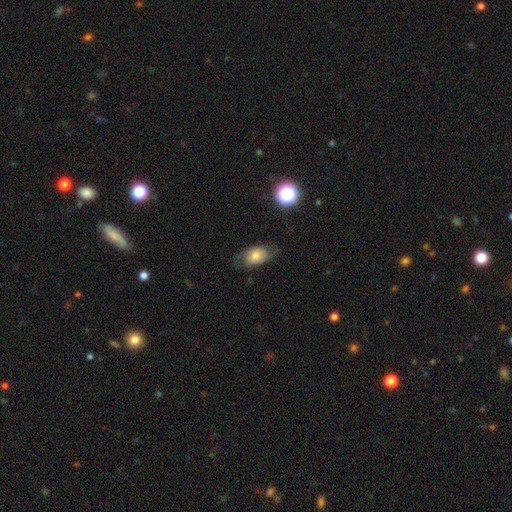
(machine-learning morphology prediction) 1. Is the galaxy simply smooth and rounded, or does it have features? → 52% smooth, 39% featured or disk, 10% star or artifact.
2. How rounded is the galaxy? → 80% in between, 18% round, 2% cigar-shaped.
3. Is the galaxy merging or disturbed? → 60% none, 25% minor disturbance, 14% major disturbance, 1% merger.